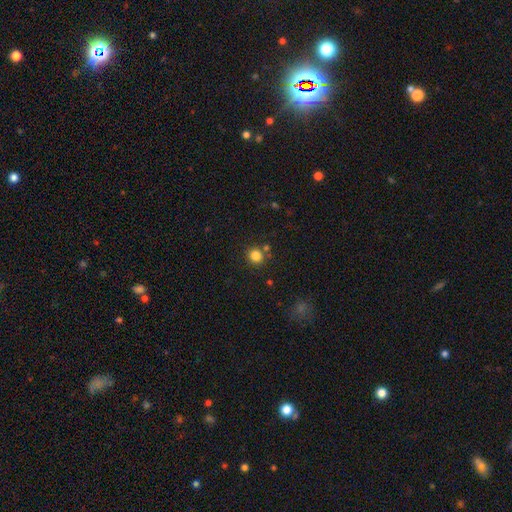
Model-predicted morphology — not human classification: smooth_or_featured: smooth (p=0.82) [alt: star or artifact p=0.13]
how_rounded: round (p=0.91) [alt: in between p=0.08]
merging: none (p=0.81) [alt: merger p=0.08]